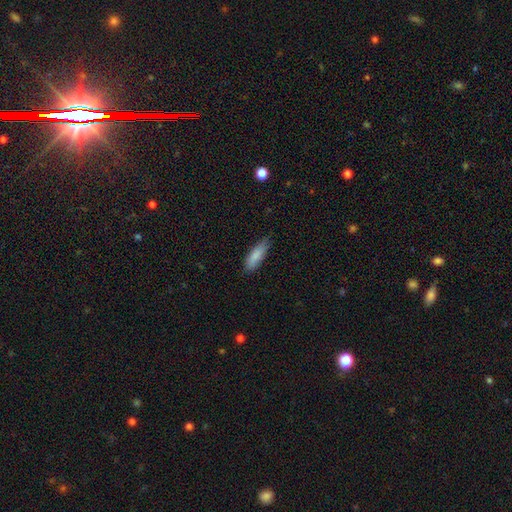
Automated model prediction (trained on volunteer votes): Q: Smooth or featured?
A: smooth (85%); runner-up: featured or disk (9%)
Q: How rounded?
A: in between (51%); runner-up: cigar-shaped (48%)
Q: Merging?
A: none (73%); runner-up: minor disturbance (22%)